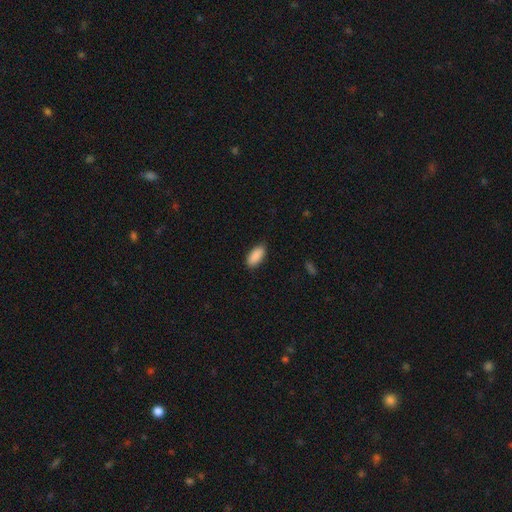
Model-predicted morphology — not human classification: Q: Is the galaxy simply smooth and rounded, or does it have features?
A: smooth — 90%.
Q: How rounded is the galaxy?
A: in between — 89%.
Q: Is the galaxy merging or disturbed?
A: none — 85%.